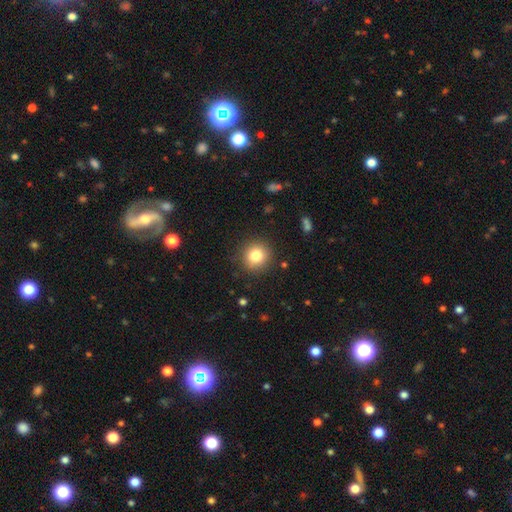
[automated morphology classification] Q: Smooth or featured?
A: smooth (81%); runner-up: star or artifact (11%)
Q: How rounded?
A: round (91%); runner-up: in between (8%)
Q: Merging?
A: none (89%); runner-up: minor disturbance (7%)